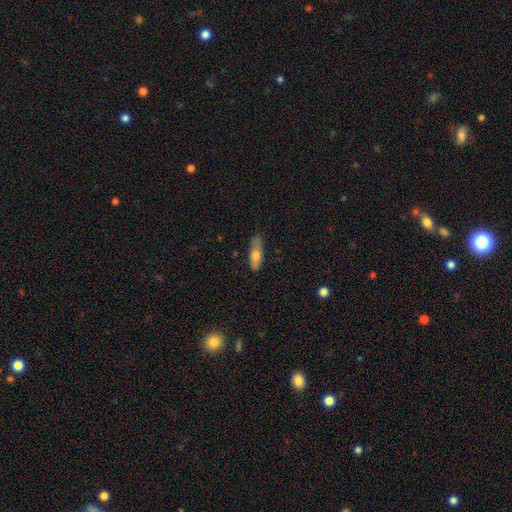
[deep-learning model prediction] smooth-or-featured: smooth: 69% | featured or disk: 24% | star or artifact: 7%
  how-rounded: cigar-shaped: 52% | in between: 45% | round: 2%
  merging: none: 75% | minor disturbance: 19% | major disturbance: 4% | merger: 2%